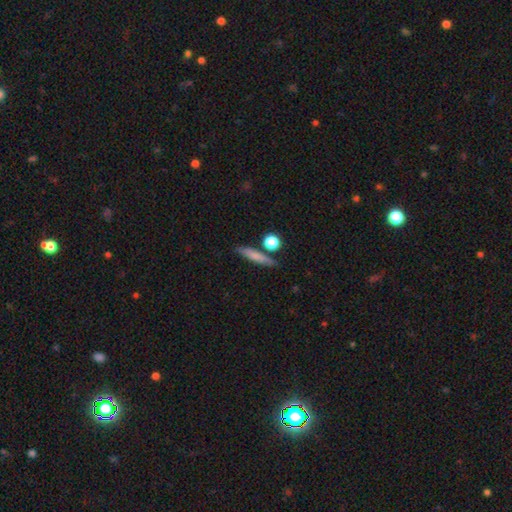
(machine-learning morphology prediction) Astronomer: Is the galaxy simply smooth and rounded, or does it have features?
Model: smooth — 72%.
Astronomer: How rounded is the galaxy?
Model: cigar-shaped — 81%.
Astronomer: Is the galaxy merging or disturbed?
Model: none — 78%.